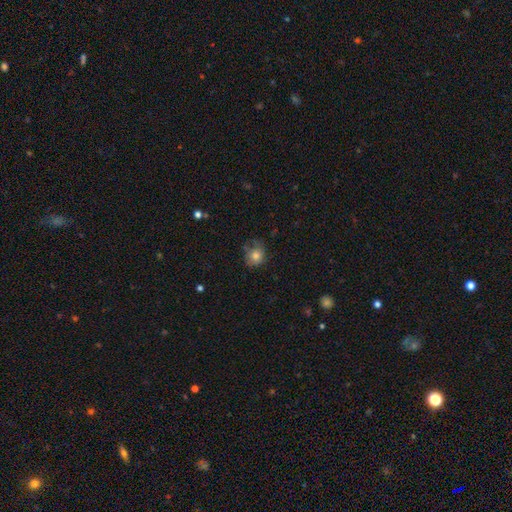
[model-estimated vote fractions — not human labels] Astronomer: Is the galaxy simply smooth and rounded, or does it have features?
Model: smooth — 76%.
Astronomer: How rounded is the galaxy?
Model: round — 73%.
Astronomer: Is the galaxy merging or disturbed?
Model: none — 57%.